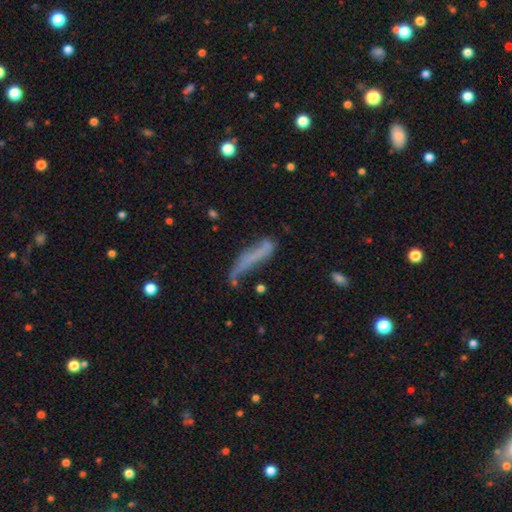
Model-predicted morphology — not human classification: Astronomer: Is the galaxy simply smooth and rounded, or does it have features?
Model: smooth — 49% (runner-up: featured or disk, 39%).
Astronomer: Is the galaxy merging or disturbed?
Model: none — 41% (runner-up: minor disturbance, 29%).